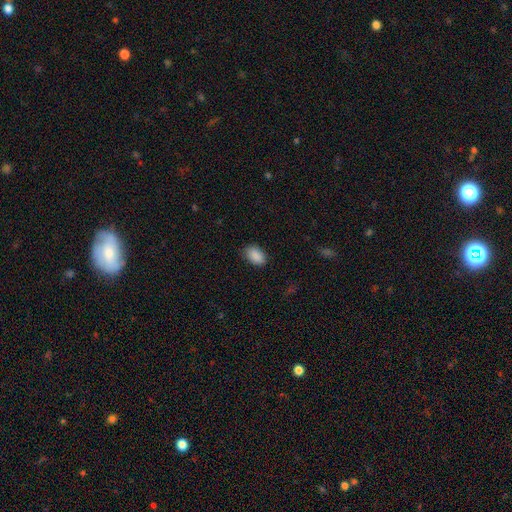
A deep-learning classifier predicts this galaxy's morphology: The model was most divided on "merging": none: 83%, minor disturbance: 14%, major disturbance: 3%, merger: 1%. More confident: how rounded — in between (90%); smooth or featured — smooth (89%).